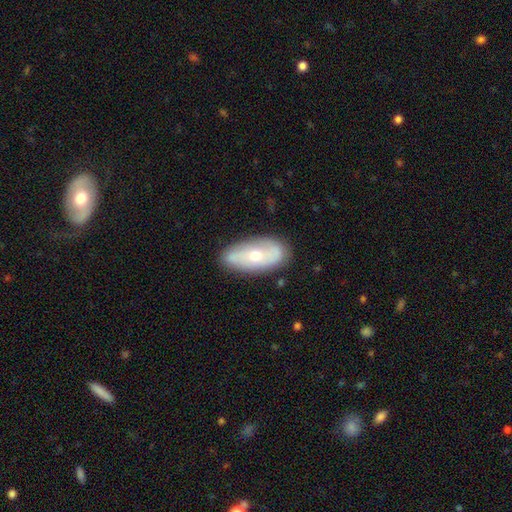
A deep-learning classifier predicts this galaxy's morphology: This appears to be a featured or disk galaxy (49%). Merging: none (77%).